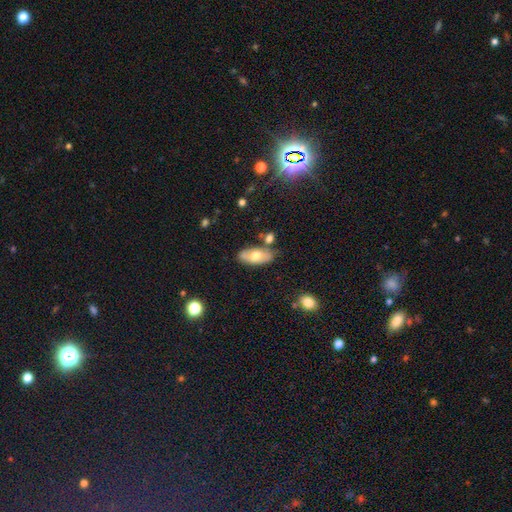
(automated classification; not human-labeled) Overall: smooth (61%; featured or disk 32%). How rounded: in between (88%). Merging: none (74%).